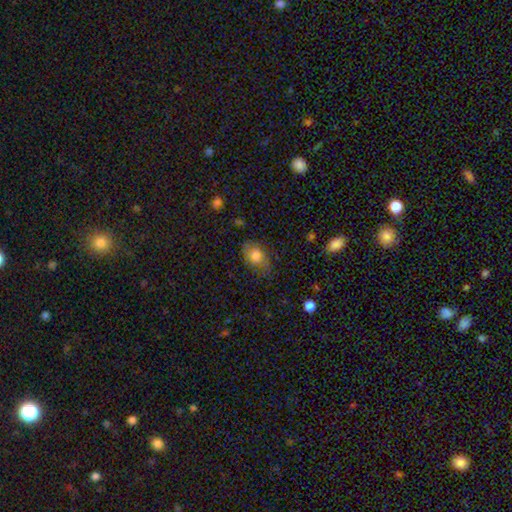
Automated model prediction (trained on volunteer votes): Smooth or featured?
  - smooth: 74% *
  - featured or disk: 17%
  - star or artifact: 9%
How rounded?
  - in between: 84% *
  - round: 14%
  - cigar-shaped: 2%
Merging?
  - none: 72% *
  - minor disturbance: 21%
  - major disturbance: 6%
  - merger: 1%